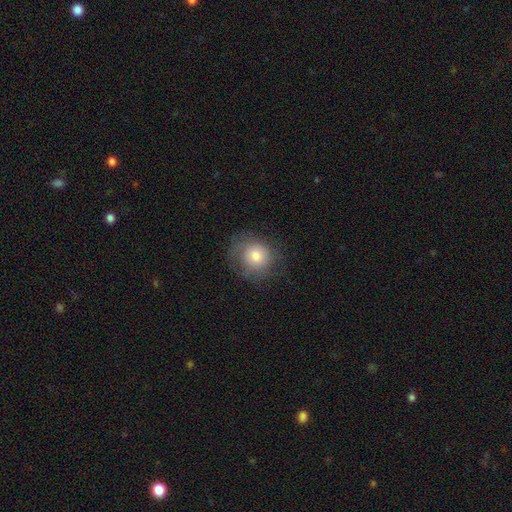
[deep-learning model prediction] This is likely a smooth galaxy (71%). How rounded: clearly round (83%). Merging: likely none (70%).